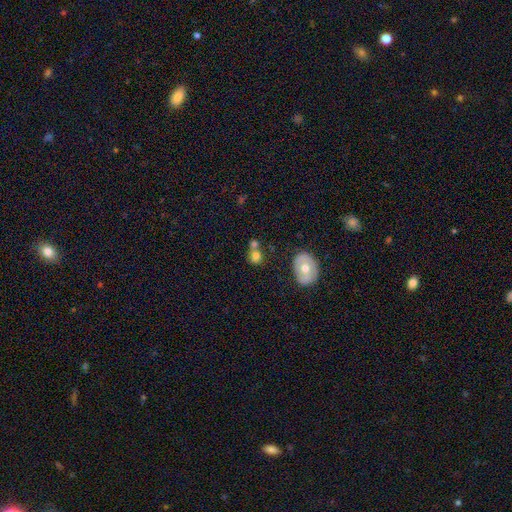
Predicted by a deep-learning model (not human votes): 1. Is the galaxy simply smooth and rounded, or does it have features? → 75% smooth, 14% featured or disk, 11% star or artifact.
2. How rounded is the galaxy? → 67% round, 31% in between, 2% cigar-shaped.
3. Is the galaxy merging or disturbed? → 47% none, 37% merger, 12% minor disturbance, 5% major disturbance.